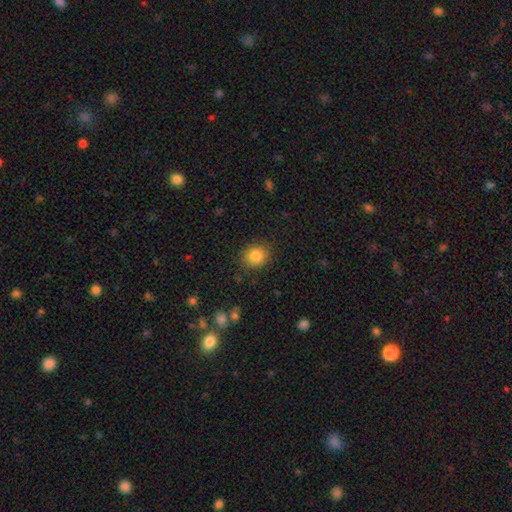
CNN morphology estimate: This appears to be a smooth galaxy with no disk features (83%) that is round (73%). Merging: none (87%).